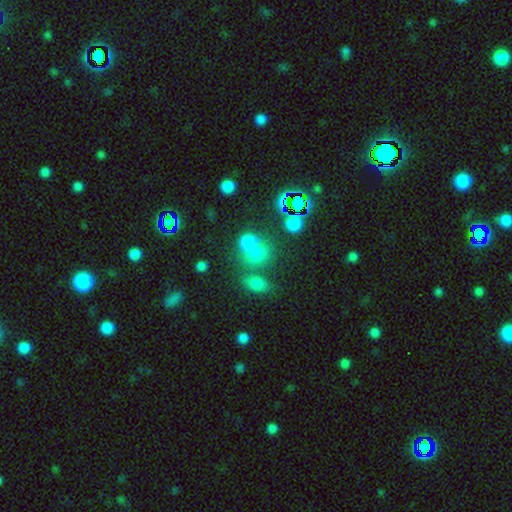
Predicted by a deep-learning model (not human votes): Smooth or featured? smooth (45%)
Merging? none (52%)